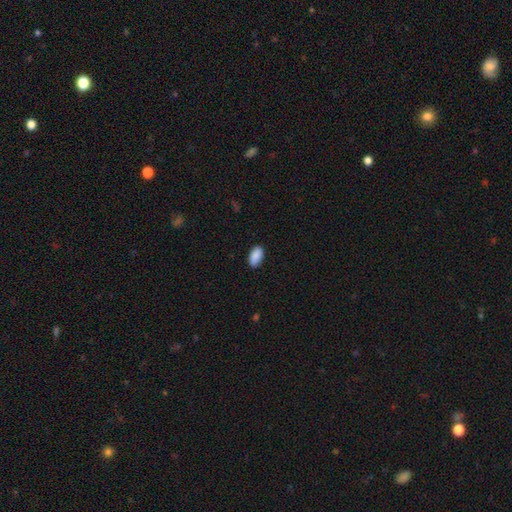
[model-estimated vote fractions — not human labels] A smooth galaxy with no disk features (89%) that is in between round and cigar-shaped (95%).

Vote fractions:
- Smooth or featured? smooth: 89% / star or artifact: 7% / featured or disk: 4%
- How rounded? in between: 95% / round: 3% / cigar-shaped: 2%
- Merging? none: 86% / minor disturbance: 11% / major disturbance: 2% / merger: 1%